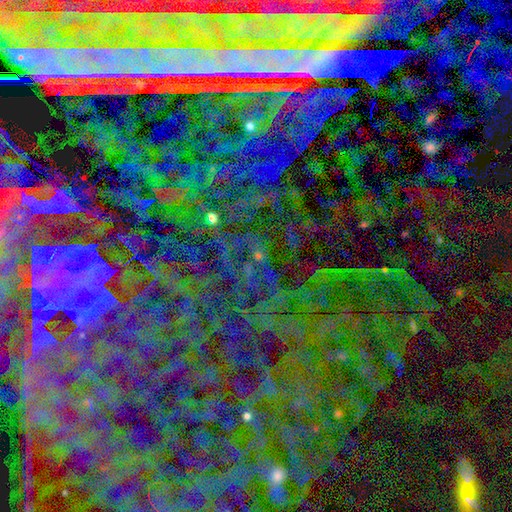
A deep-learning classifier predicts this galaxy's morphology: The model was most divided on "smooth or featured": star or artifact: 86%, featured or disk: 7%, smooth: 7%.